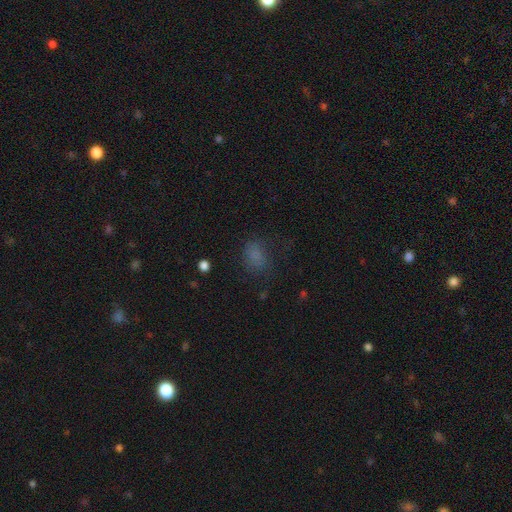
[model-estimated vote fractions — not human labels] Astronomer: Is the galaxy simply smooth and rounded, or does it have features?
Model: smooth — 75%.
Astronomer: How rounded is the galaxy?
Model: in between — 70%.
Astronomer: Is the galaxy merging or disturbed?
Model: none — 67%.